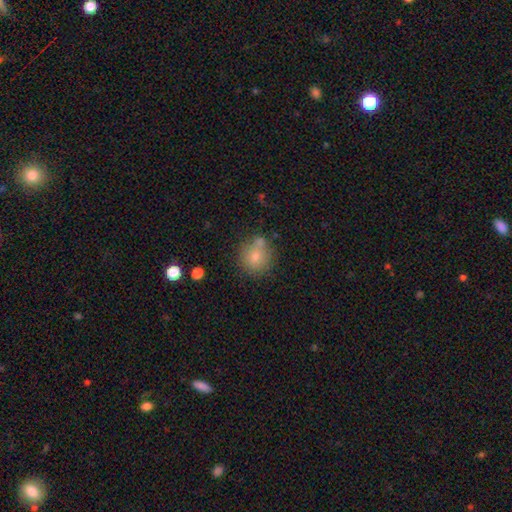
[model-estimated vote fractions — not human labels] Smooth or featured?
  - smooth: 77% *
  - featured or disk: 13%
  - star or artifact: 11%
How rounded?
  - round: 84% *
  - in between: 15%
  - cigar-shaped: 1%
Merging?
  - none: 65% *
  - merger: 16%
  - minor disturbance: 15%
  - major disturbance: 4%